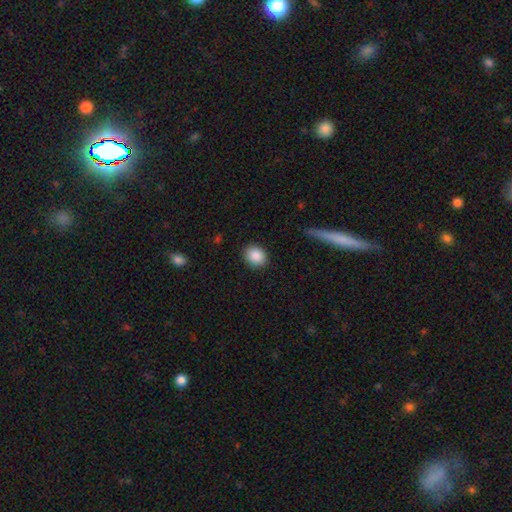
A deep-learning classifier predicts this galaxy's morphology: type=smooth (88%); roundness=round (68%); merging=none (88%).